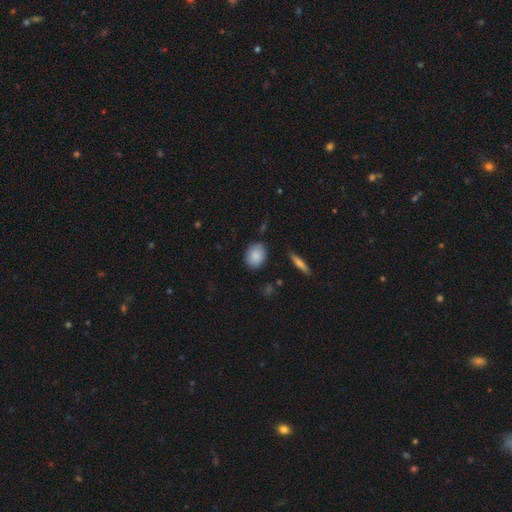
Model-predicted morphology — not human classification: smooth_or_featured: smooth (p=0.86) [alt: featured or disk p=0.07]
how_rounded: in between (p=0.56) [alt: round p=0.42]
merging: none (p=0.79) [alt: minor disturbance p=0.16]